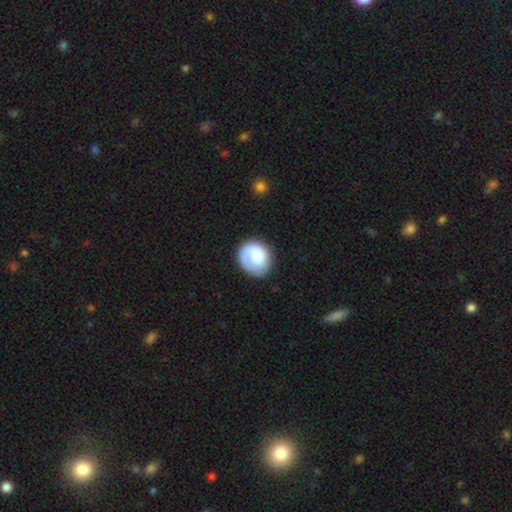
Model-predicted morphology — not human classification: The model was most divided on "smooth or featured": smooth: 67%, featured or disk: 27%, star or artifact: 6%. More confident: merging — none (71%); how rounded — round (71%).